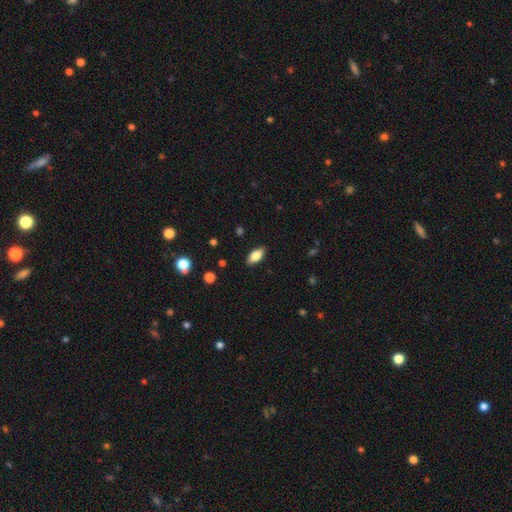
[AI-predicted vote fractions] smooth 74%, featured or disk 19%, star or artifact 7%. Down the decision tree: how rounded — in between (86%); merging — none (88%).